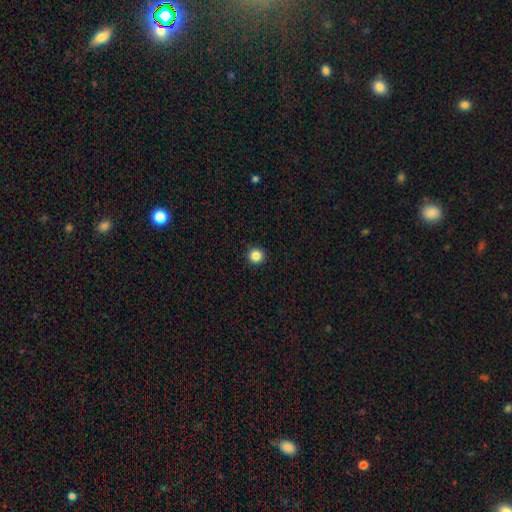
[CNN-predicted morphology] The model was most divided on "smooth or featured": smooth: 85%, star or artifact: 11%, featured or disk: 4%. More confident: how rounded — round (94%); merging — none (92%).